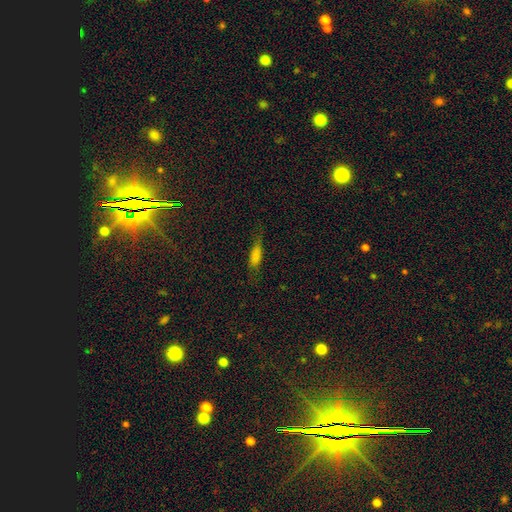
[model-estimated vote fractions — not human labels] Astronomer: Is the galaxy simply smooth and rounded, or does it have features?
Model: smooth — 73%.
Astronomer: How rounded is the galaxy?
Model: cigar-shaped — 52% (runner-up: in between, 45%).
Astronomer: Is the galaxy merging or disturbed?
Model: none — 63%.